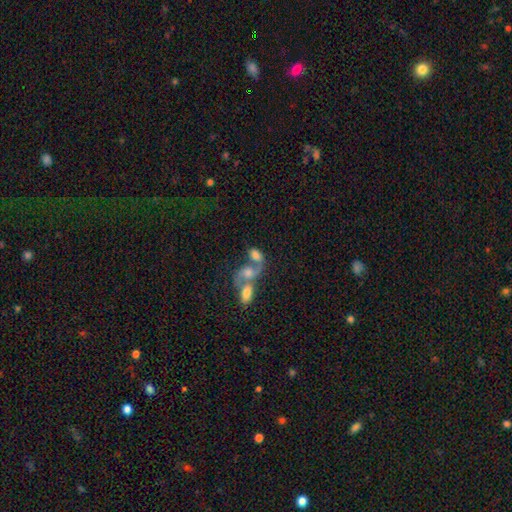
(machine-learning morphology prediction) Q: Smooth or featured?
A: smooth (54%); runner-up: featured or disk (35%)
Q: How rounded?
A: in between (83%); runner-up: round (13%)
Q: Merging?
A: merger (70%); runner-up: none (15%)